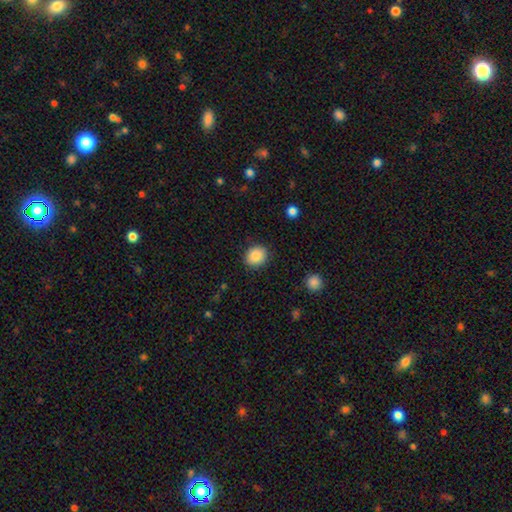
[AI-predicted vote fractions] smooth-or-featured: smooth: 88% | star or artifact: 8% | featured or disk: 4%
  how-rounded: round: 65% | in between: 34% | cigar-shaped: 1%
  merging: none: 89% | minor disturbance: 8% | major disturbance: 2% | merger: 1%